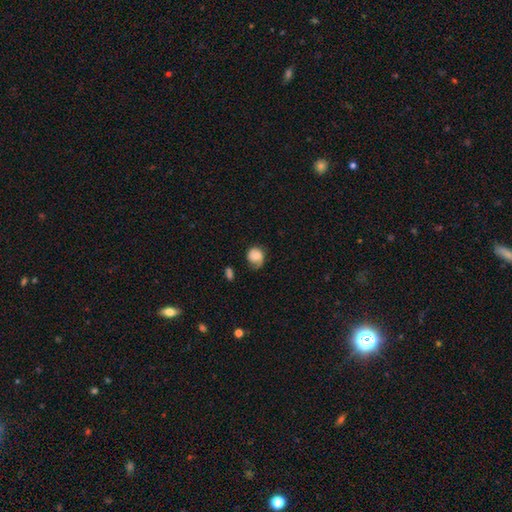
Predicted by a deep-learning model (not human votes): The model was most divided on "merging": none: 47%, minor disturbance: 33%, major disturbance: 17%, merger: 3%. More confident: how rounded — round (70%); smooth or featured — smooth (63%).